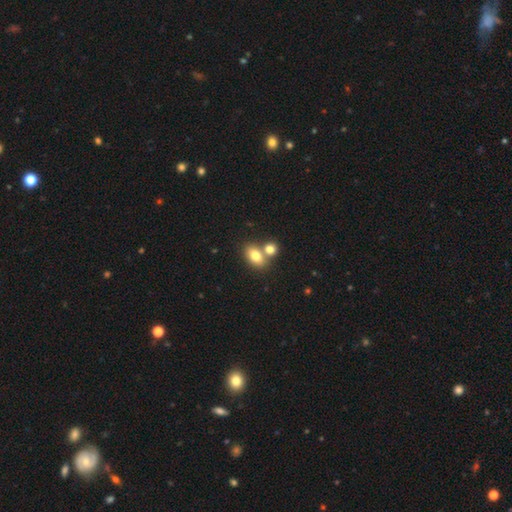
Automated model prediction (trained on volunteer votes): smooth_or_featured: smooth (p=0.79) [alt: featured or disk p=0.12]
how_rounded: in between (p=0.80) [alt: round p=0.17]
merging: none (p=0.46) [alt: merger p=0.43]